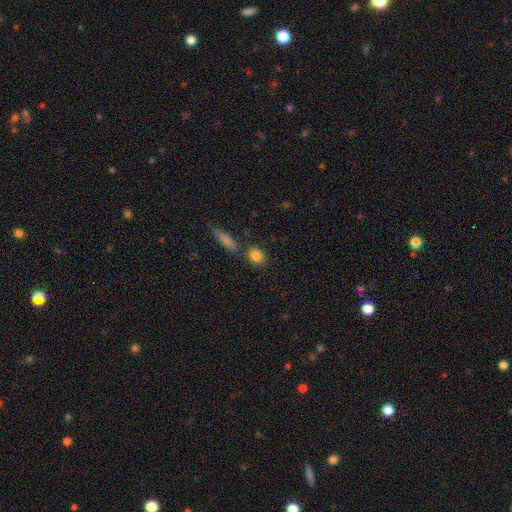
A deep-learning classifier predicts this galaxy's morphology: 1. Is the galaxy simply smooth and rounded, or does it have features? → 84% smooth, 9% star or artifact, 7% featured or disk.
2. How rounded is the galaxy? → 57% round, 37% in between, 6% cigar-shaped.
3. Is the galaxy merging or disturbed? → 75% none, 11% merger, 10% minor disturbance, 3% major disturbance.